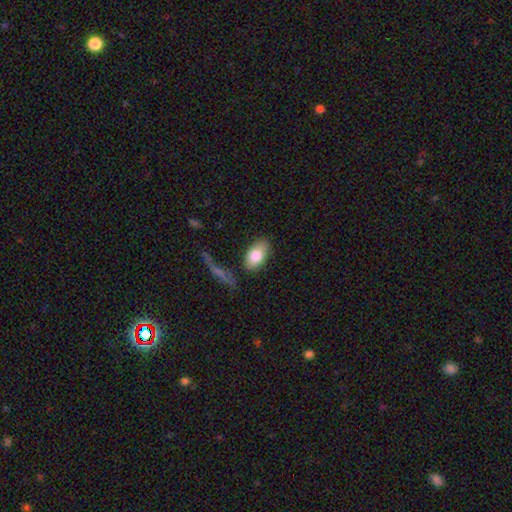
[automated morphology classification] Smooth or featured?
  - smooth: 80% *
  - featured or disk: 14%
  - star or artifact: 6%
How rounded?
  - in between: 91% *
  - round: 6%
  - cigar-shaped: 3%
Merging?
  - none: 78% *
  - minor disturbance: 14%
  - merger: 4%
  - major disturbance: 4%